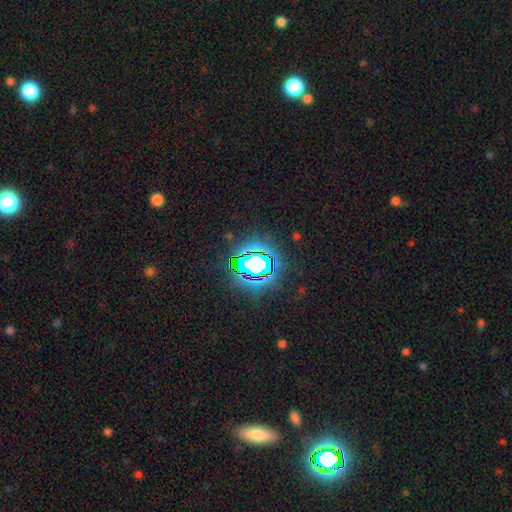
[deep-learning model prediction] A star or artifact, not a galaxy (78%).